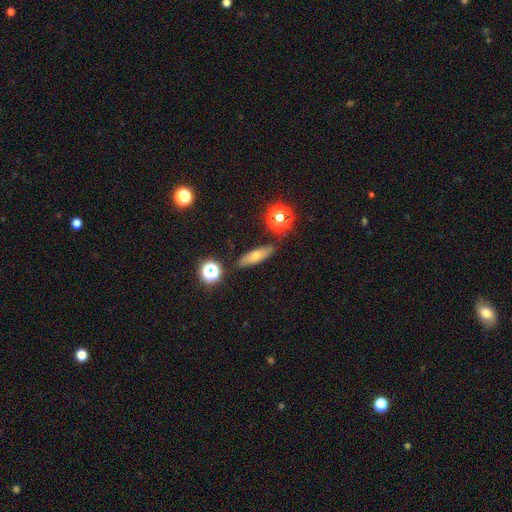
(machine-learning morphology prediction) type=smooth (61%); roundness=cigar-shaped (48%); merging=none (83%).